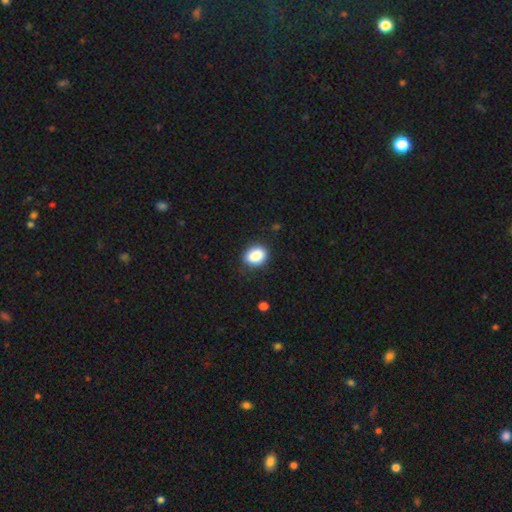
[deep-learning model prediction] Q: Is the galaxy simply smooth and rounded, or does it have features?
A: smooth — 88%.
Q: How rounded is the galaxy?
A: in between — 56%.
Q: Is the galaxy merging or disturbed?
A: none — 85%.